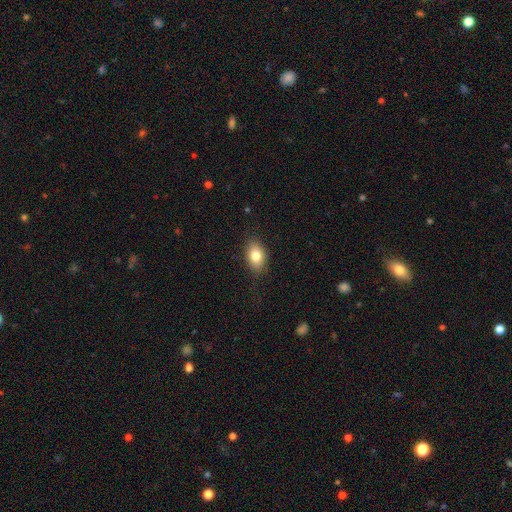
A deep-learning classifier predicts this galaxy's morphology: Overall: smooth (80%). How rounded: in between (85%). Merging: none (82%).